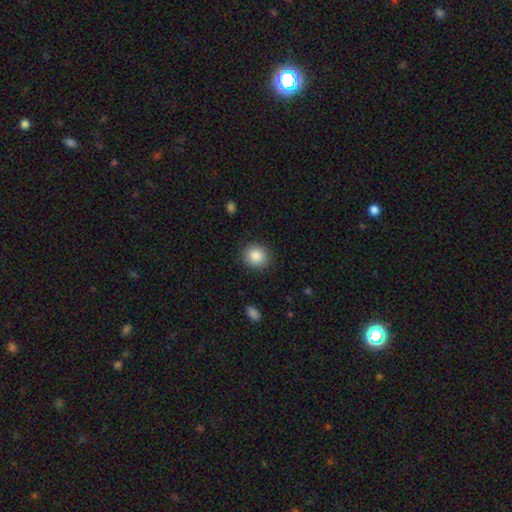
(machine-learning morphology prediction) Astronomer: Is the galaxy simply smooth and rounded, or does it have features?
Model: smooth — 86%.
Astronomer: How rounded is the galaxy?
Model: round — 84%.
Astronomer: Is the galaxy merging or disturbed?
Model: none — 89%.